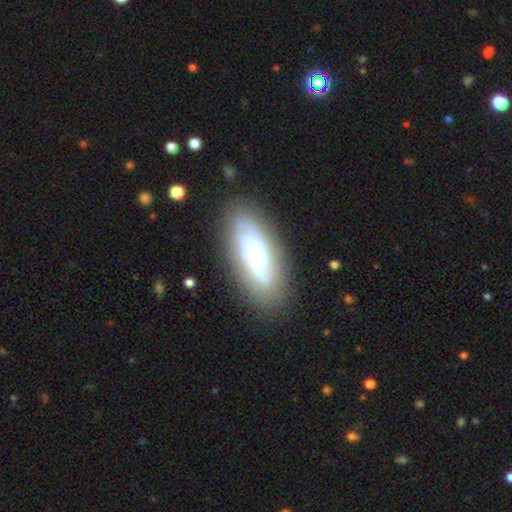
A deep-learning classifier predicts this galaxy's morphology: Smooth or featured? featured or disk (60%)
Edge-on disk? no (86%)
Bar? no (75%)
Spiral arms? yes (80%)
Bulge size? small (53%)
Merging? none (78%)